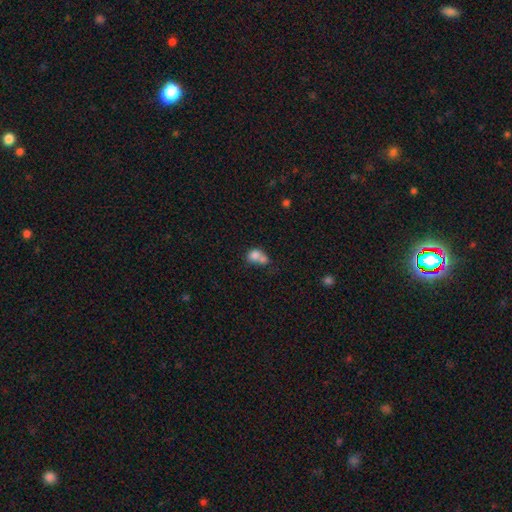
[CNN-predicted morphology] This appears to be a smooth galaxy with no disk features (75%) that is round (51%). Merging: merger (60%).